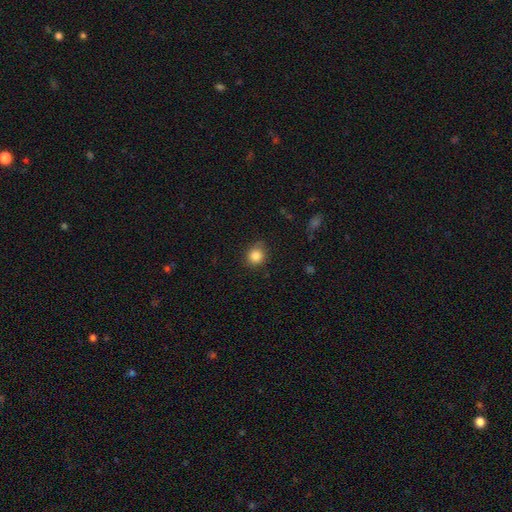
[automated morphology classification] smooth-or-featured: smooth: 84% | star or artifact: 11% | featured or disk: 5%
  how-rounded: round: 81% | in between: 18% | cigar-shaped: 1%
  merging: none: 78% | minor disturbance: 17% | major disturbance: 3% | merger: 1%